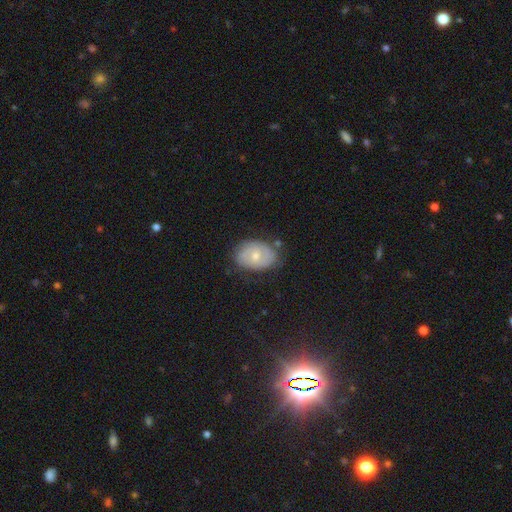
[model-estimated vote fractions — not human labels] A smooth galaxy with no disk features (47%). Merging: none (72%).